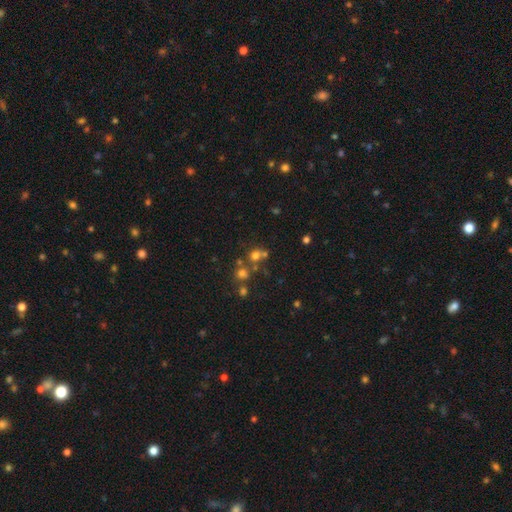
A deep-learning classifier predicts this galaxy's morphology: smooth 60%, star or artifact 26%, featured or disk 15%. Down the decision tree: how rounded — round (83%); merging — none (53%).